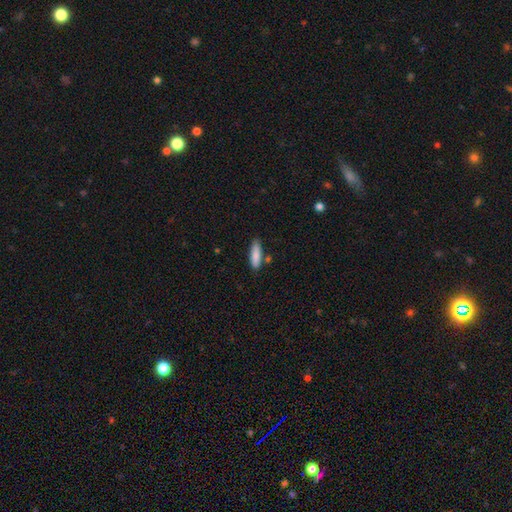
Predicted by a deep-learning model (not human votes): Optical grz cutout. It shows a smooth galaxy with no disk features (85%) that is cigar-shaped (62%). Merging: none (78%).